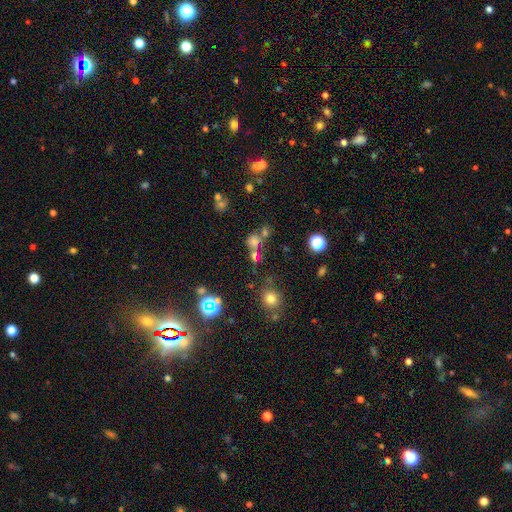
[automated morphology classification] Smooth or featured?
  - smooth: 59% *
  - star or artifact: 30%
  - featured or disk: 11%
How rounded?
  - round: 75% *
  - in between: 23%
  - cigar-shaped: 2%
Merging?
  - none: 49% *
  - merger: 34%
  - minor disturbance: 11%
  - major disturbance: 6%